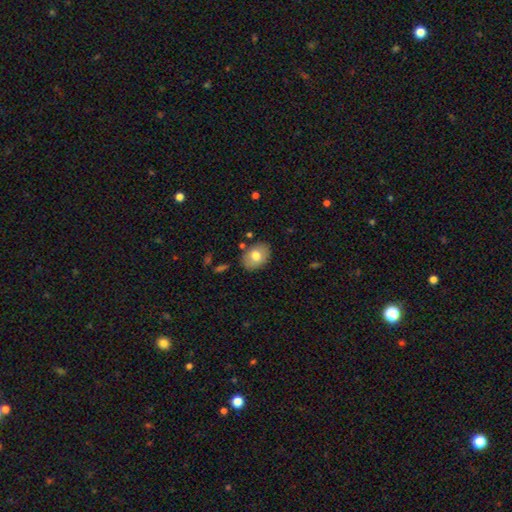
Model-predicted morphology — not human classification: Smooth or featured? Predicted: smooth (p=0.73). How rounded? Predicted: in between (p=0.72). Merging? Predicted: none (p=0.84).